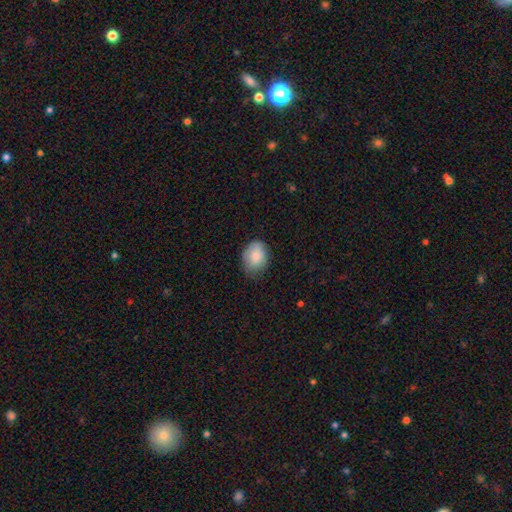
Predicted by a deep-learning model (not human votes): Smooth or featured: smooth — 82% (featured or disk — 11%)
How rounded: in between — 59% (round — 40%)
Merging: none — 66% (minor disturbance — 27%)